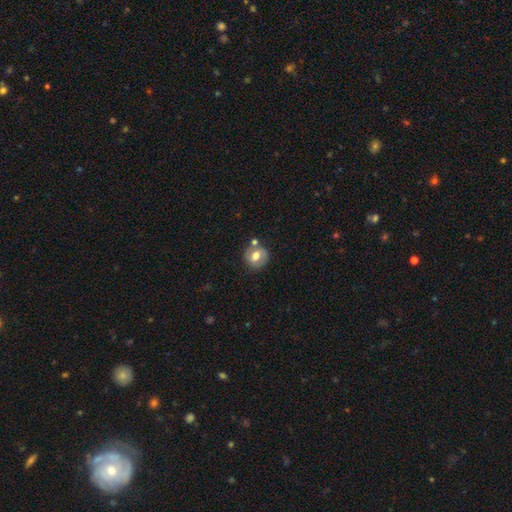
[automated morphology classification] This appears to be a smooth galaxy with no disk features (61%) that is round (81%). Merging: none (66%).